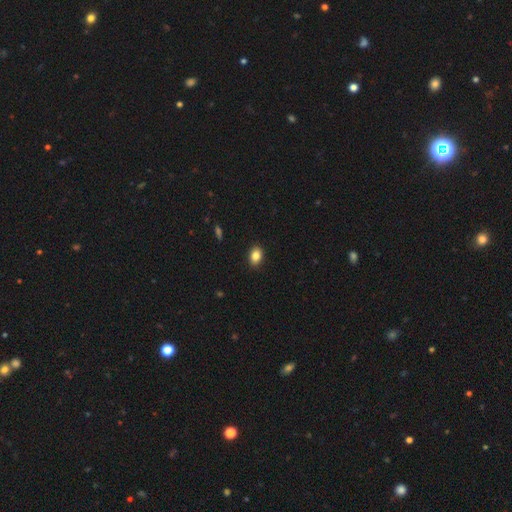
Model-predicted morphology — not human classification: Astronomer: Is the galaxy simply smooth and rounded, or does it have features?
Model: smooth — 86%.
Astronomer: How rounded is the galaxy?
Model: in between — 78%.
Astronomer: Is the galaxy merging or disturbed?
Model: none — 89%.